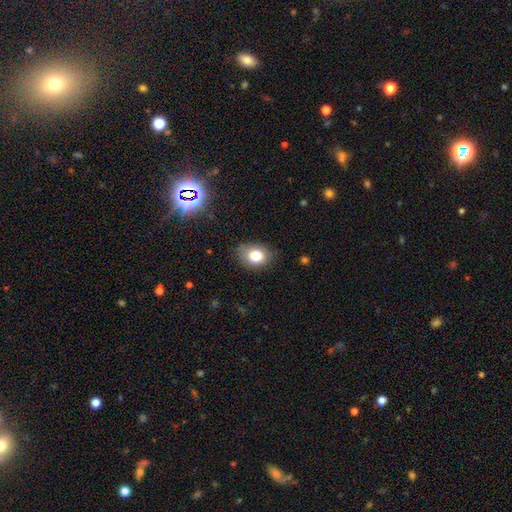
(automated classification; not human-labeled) Smooth or featured: smooth — 79% (star or artifact — 11%)
How rounded: in between — 62% (round — 37%)
Merging: none — 77% (minor disturbance — 17%)